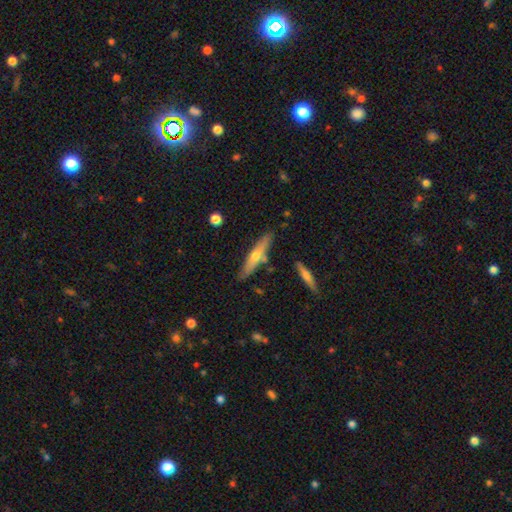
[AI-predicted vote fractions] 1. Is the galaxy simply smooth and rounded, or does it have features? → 48% featured or disk, 46% smooth, 6% star or artifact.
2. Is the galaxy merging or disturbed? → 80% none, 12% minor disturbance, 6% merger, 2% major disturbance.